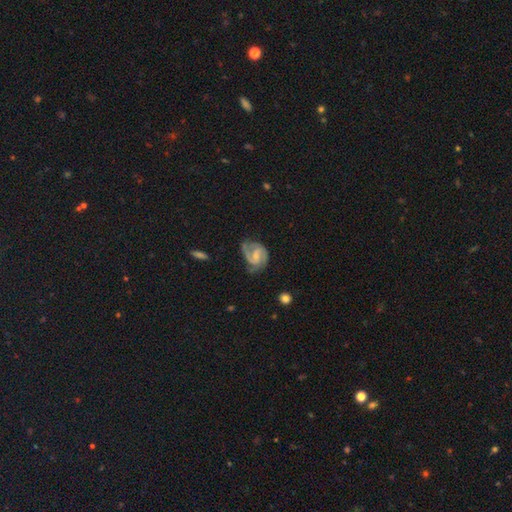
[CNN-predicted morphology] featured or disk 83%, smooth 12%, star or artifact 5%. Down the decision tree: edge-on disk — no (98%); bar — weak (55%); spiral arms — yes (96%); spiral arm count — 2 (82%); spiral winding — medium (51%); bulge size — small (50%); merging — none (60%).